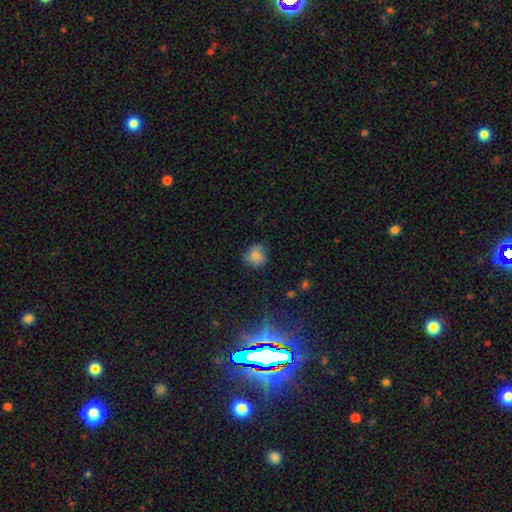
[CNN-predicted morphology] Smooth or featured? Predicted: smooth (p=0.77). How rounded? Predicted: round (p=0.81). Merging? Predicted: none (p=0.70).